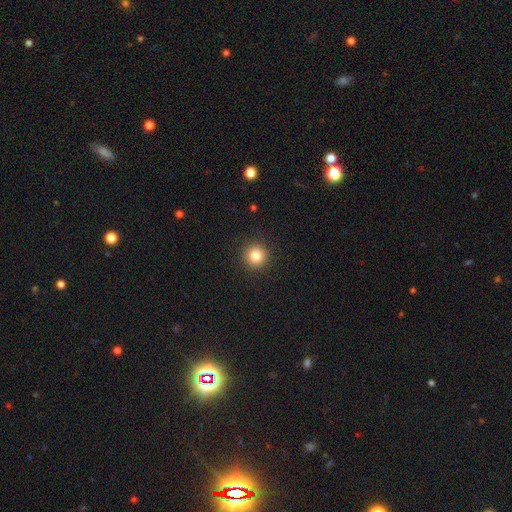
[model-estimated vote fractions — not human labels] This is clearly a smooth galaxy (83%). How rounded: clearly round (95%). Merging: clearly none (92%).